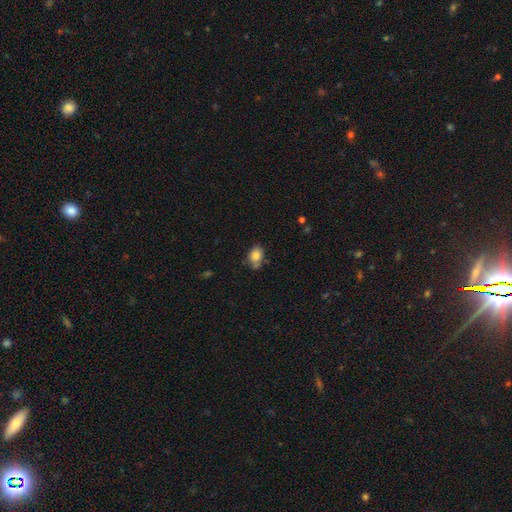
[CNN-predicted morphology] smooth_or_featured: smooth (p=0.82) [alt: star or artifact p=0.09]
how_rounded: in between (p=0.65) [alt: round p=0.34]
merging: none (p=0.63) [alt: minor disturbance p=0.24]